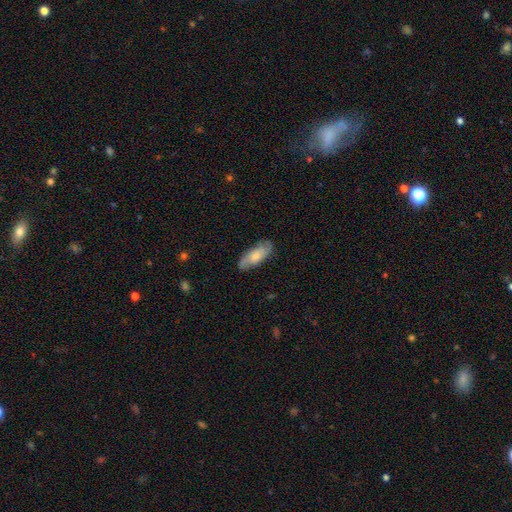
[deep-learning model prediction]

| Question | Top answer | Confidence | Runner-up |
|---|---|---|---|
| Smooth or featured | smooth | 61% | featured or disk (33%) |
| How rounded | in between | 74% | cigar-shaped (24%) |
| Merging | none | 82% | minor disturbance (14%) |